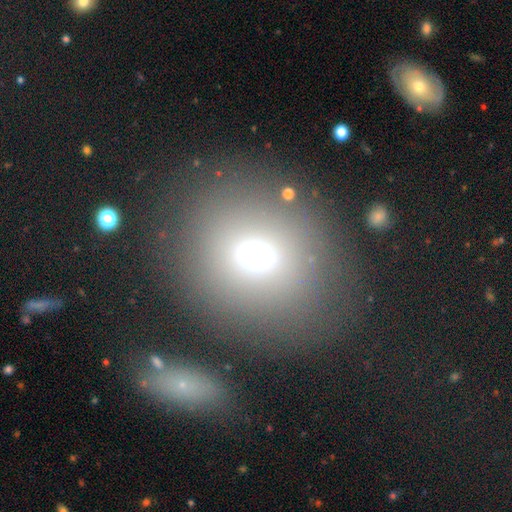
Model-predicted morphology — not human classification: Q: Smooth or featured?
A: smooth (70%); runner-up: star or artifact (17%)
Q: How rounded?
A: round (79%); runner-up: in between (19%)
Q: Merging?
A: none (78%); runner-up: minor disturbance (10%)